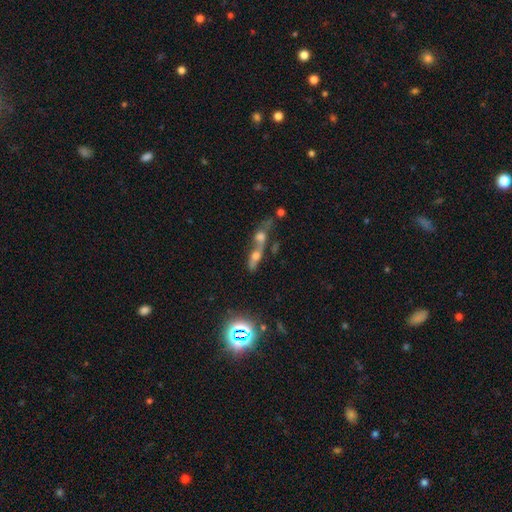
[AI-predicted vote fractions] A featured or disk galaxy (39%). Merging: merger (66%).